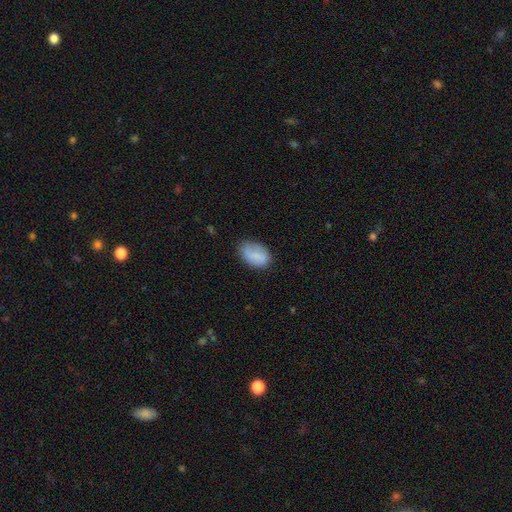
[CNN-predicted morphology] Smooth or featured? smooth (78%)
How rounded? in between (87%)
Merging? none (68%)